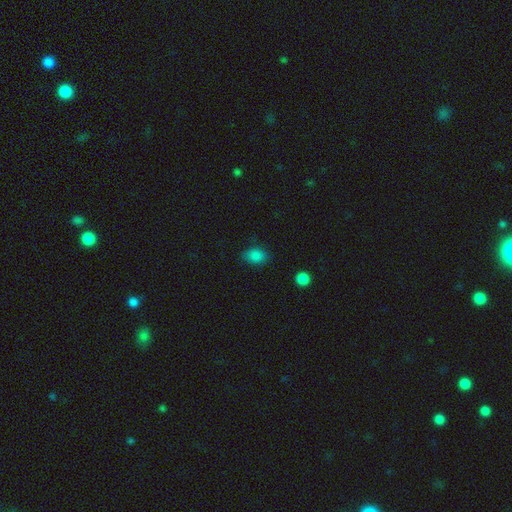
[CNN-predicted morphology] Overall: smooth (84%). How rounded: in between (74%). Merging: none (79%).